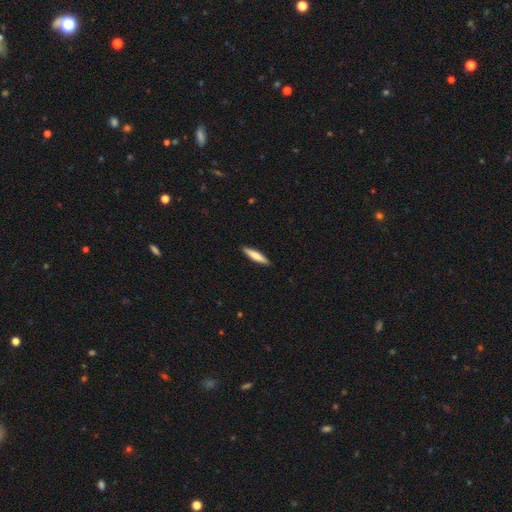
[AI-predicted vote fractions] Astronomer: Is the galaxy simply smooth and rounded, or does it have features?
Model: smooth — 71%.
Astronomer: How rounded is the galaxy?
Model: cigar-shaped — 86%.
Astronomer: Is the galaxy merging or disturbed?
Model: none — 90%.